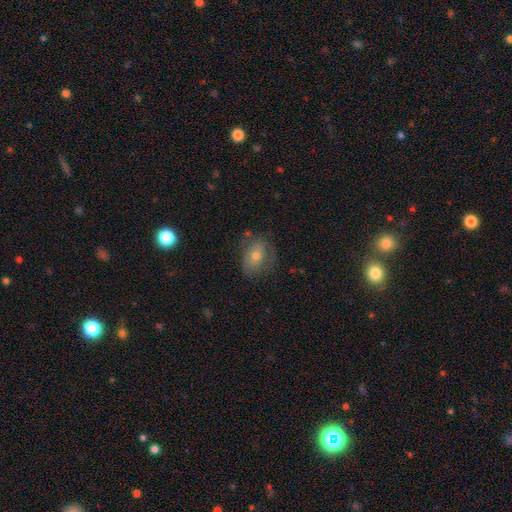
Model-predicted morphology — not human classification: Smooth or featured?
  - smooth: 53% *
  - featured or disk: 37%
  - star or artifact: 9%
How rounded?
  - in between: 65% *
  - round: 33%
  - cigar-shaped: 2%
Merging?
  - none: 61% *
  - minor disturbance: 24%
  - major disturbance: 12%
  - merger: 2%